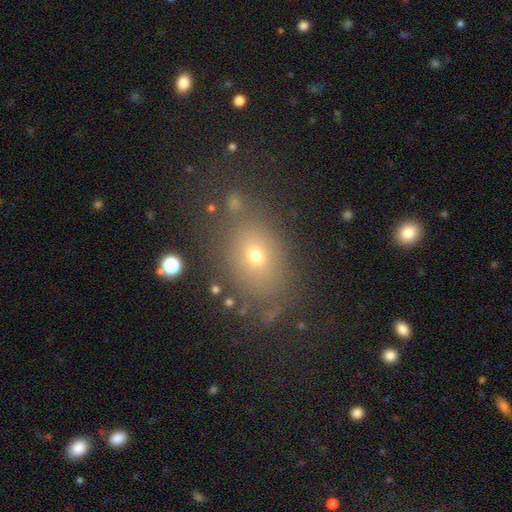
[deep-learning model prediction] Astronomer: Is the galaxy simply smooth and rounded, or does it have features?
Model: smooth — 63%.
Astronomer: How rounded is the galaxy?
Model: in between — 65%.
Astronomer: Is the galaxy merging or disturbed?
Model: none — 72%.